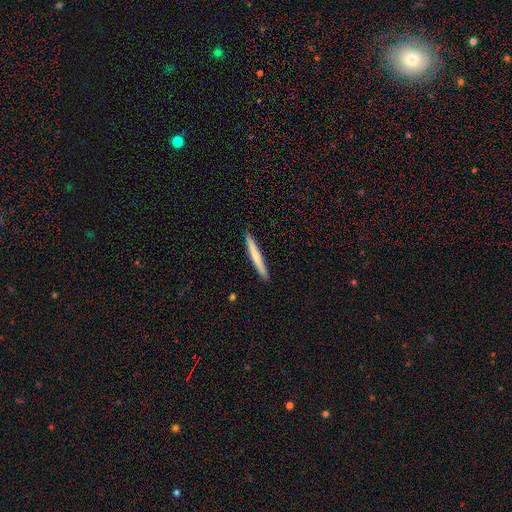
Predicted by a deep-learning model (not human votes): Smooth or featured?
  - smooth: 63% *
  - featured or disk: 32%
  - star or artifact: 5%
How rounded?
  - cigar-shaped: 97% *
  - in between: 2%
  - round: 1%
Merging?
  - none: 92% *
  - minor disturbance: 6%
  - major disturbance: 1%
  - merger: 1%